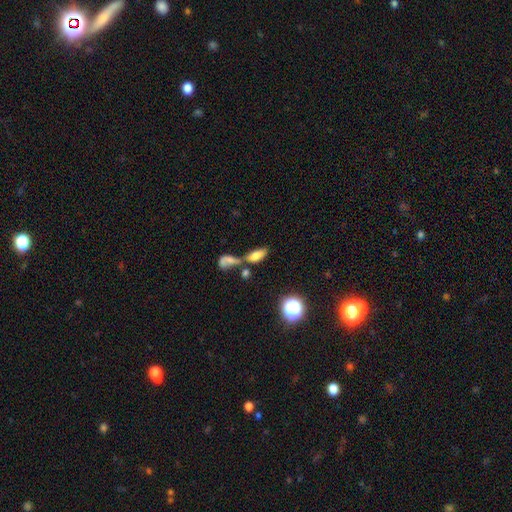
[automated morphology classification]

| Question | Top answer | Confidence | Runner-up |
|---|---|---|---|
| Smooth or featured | smooth | 69% | featured or disk (18%) |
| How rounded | in between | 79% | cigar-shaped (15%) |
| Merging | merger | 52% | none (29%) |